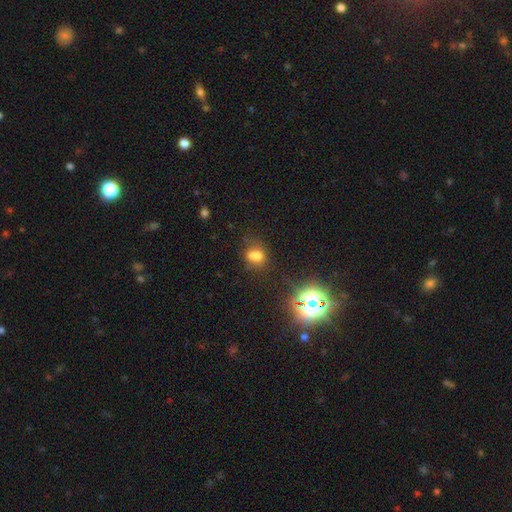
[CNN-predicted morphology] A smooth galaxy with no disk features (66%) that is round (49%, tied with in between). Merging: none (50%).